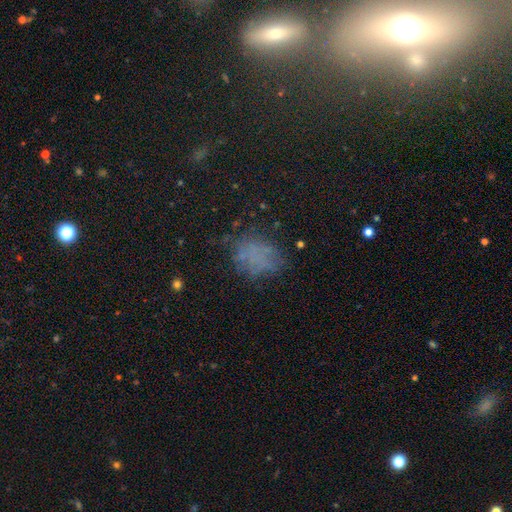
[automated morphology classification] Smooth or featured? Predicted: smooth (p=0.52). How rounded? Predicted: in between (p=0.67). Merging? Predicted: none (p=0.56).